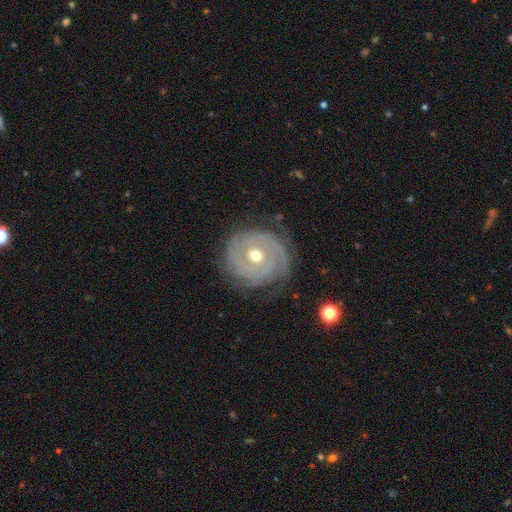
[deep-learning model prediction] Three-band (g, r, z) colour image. It shows a featured or disk galaxy (85%) with no bar (73%), 2 (30%) tight (81%) spiral arms (93%) and a moderate central bulge (73%). Merging: none (73%).